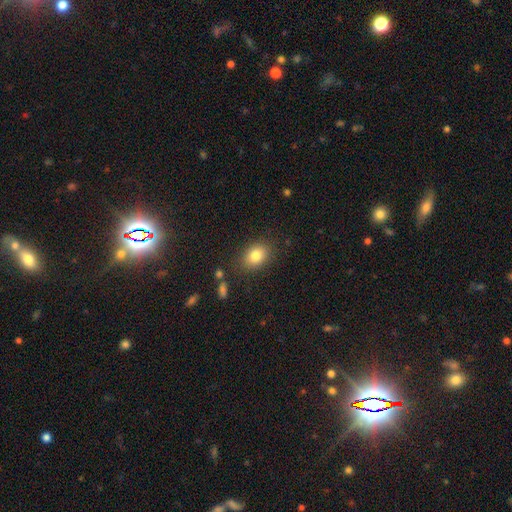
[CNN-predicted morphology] Q: Smooth or featured?
A: smooth (81%); runner-up: star or artifact (10%)
Q: How rounded?
A: in between (71%); runner-up: round (28%)
Q: Merging?
A: none (83%); runner-up: minor disturbance (11%)